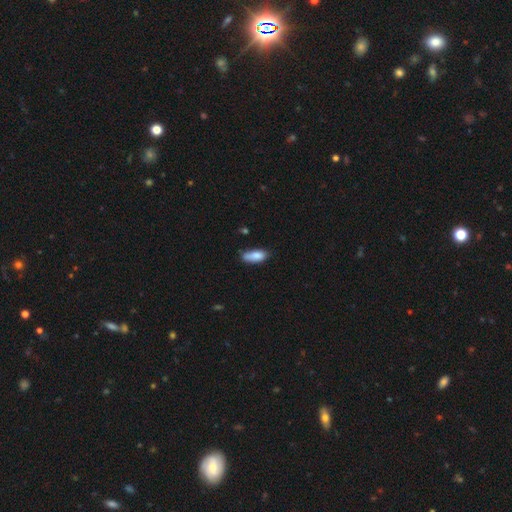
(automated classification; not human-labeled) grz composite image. It shows a smooth galaxy with no disk features (84%) that is in between round and cigar-shaped (77%). Merging: none (64%).